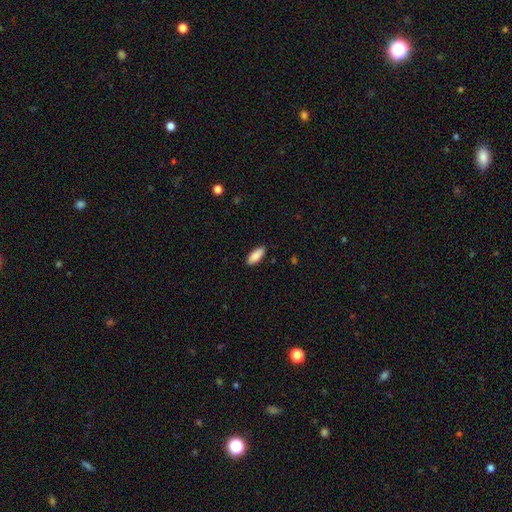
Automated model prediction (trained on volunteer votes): The model was most divided on "how rounded": in between: 81%, cigar-shaped: 18%, round: 2%. More confident: merging — none (89%); smooth or featured — smooth (88%).